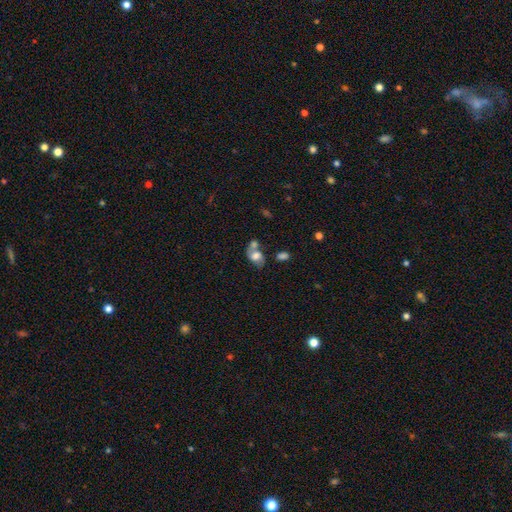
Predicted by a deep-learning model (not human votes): Overall: smooth (55%; featured or disk 35%). How rounded: in between (72%). Merging: merger (43%; none 31%).